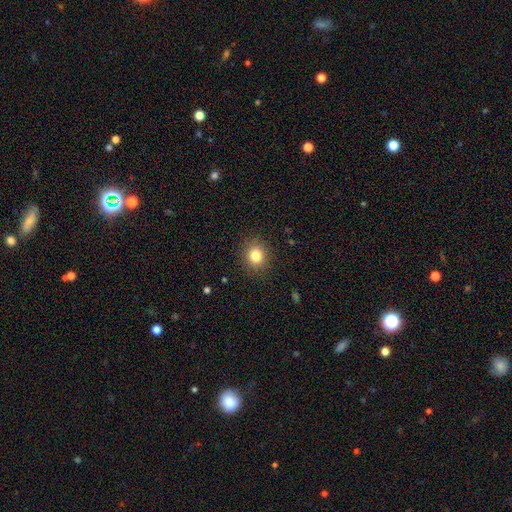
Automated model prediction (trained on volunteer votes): Smooth or featured?
  - smooth: 82% *
  - star or artifact: 12%
  - featured or disk: 7%
How rounded?
  - round: 77% *
  - in between: 22%
  - cigar-shaped: 1%
Merging?
  - none: 89% *
  - minor disturbance: 7%
  - major disturbance: 3%
  - merger: 1%